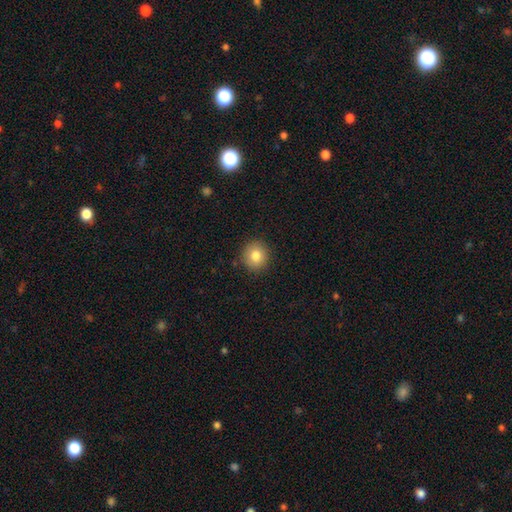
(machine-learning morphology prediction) Q: Smooth or featured?
A: smooth (82%); runner-up: star or artifact (10%)
Q: How rounded?
A: round (88%); runner-up: in between (11%)
Q: Merging?
A: none (90%); runner-up: minor disturbance (7%)